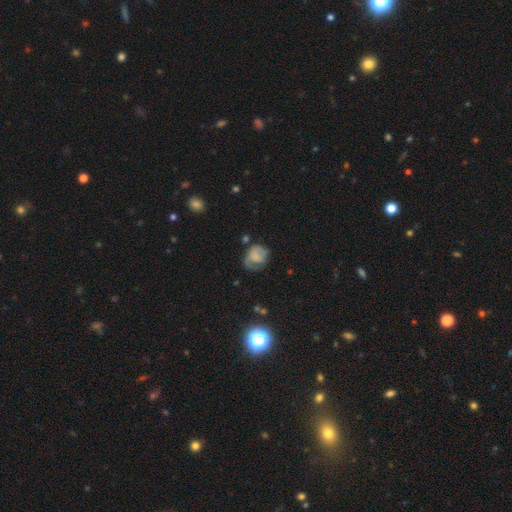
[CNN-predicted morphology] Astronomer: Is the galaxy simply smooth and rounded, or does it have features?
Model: smooth — 56% (runner-up: featured or disk, 34%).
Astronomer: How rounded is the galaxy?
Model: round — 58% (runner-up: in between, 41%).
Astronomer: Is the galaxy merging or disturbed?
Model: none — 44% (runner-up: minor disturbance, 31%).